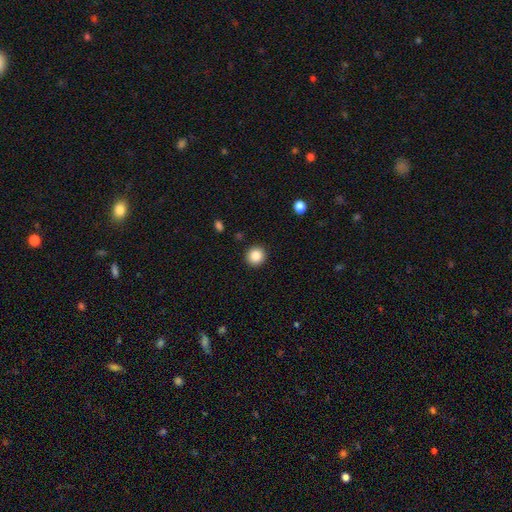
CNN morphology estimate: A smooth galaxy with no disk features (86%) that is round (94%). Merging: none (92%).